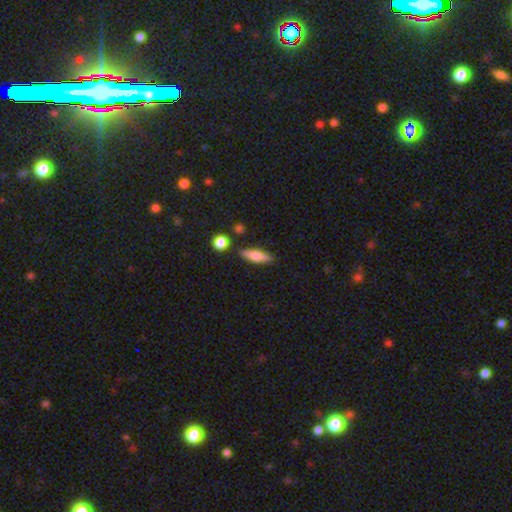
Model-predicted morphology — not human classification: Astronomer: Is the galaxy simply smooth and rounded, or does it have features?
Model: smooth — 68%.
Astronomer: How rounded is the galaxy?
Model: cigar-shaped — 57% (runner-up: in between, 39%).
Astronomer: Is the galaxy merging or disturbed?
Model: none — 83%.